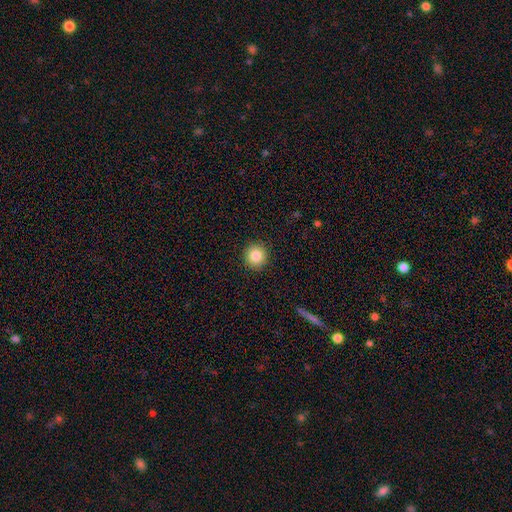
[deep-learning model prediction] Smooth or featured: smooth — 84% (star or artifact — 10%)
How rounded: round — 94% (in between — 5%)
Merging: none — 92% (minor disturbance — 5%)